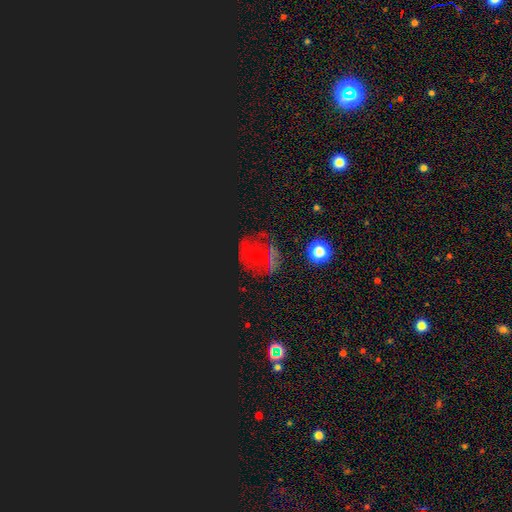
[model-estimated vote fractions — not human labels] Smooth or featured? star or artifact (48%)